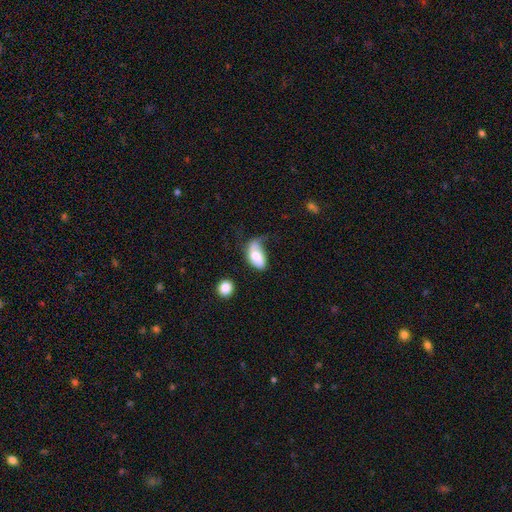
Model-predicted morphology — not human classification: Smooth or featured? smooth (63%)
How rounded? in between (91%)
Merging? minor disturbance (36%)